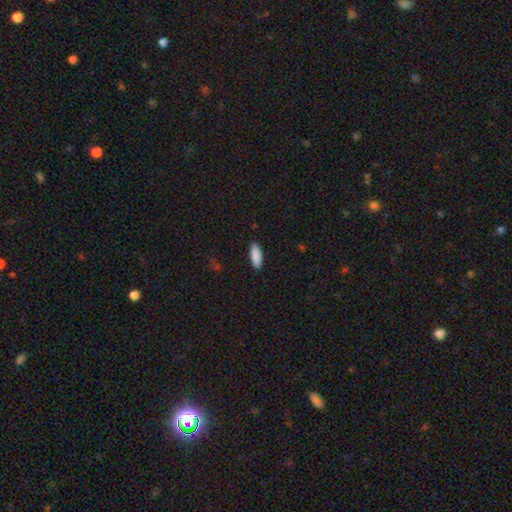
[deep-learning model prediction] Q: Smooth or featured?
A: smooth (89%); runner-up: star or artifact (6%)
Q: How rounded?
A: in between (67%); runner-up: cigar-shaped (31%)
Q: Merging?
A: none (89%); runner-up: minor disturbance (8%)